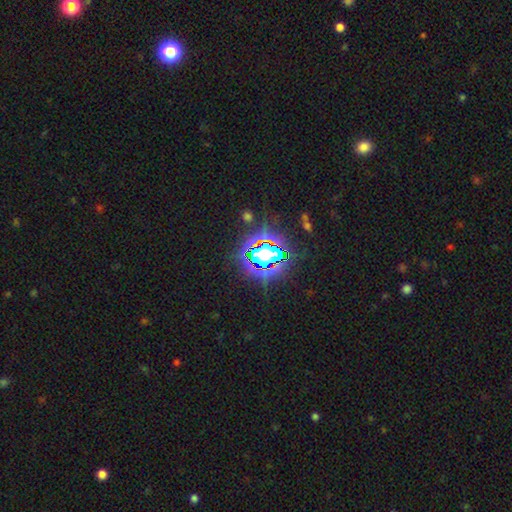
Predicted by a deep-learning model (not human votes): Smooth or featured?
  - star or artifact: 79% *
  - smooth: 12%
  - featured or disk: 10%